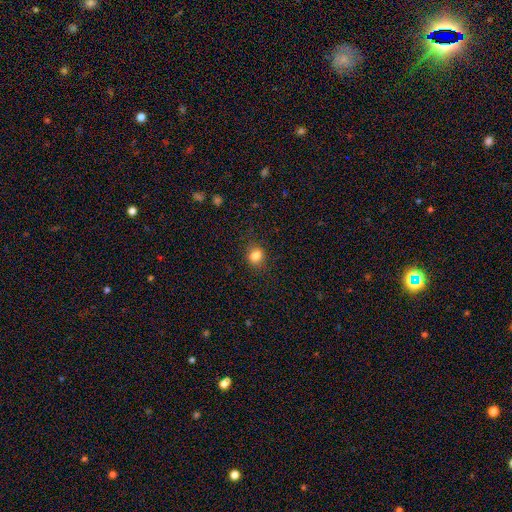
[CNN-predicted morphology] smooth_or_featured: smooth (p=0.83) [alt: star or artifact p=0.12]
how_rounded: round (p=0.73) [alt: in between p=0.26]
merging: none (p=0.85) [alt: minor disturbance p=0.11]